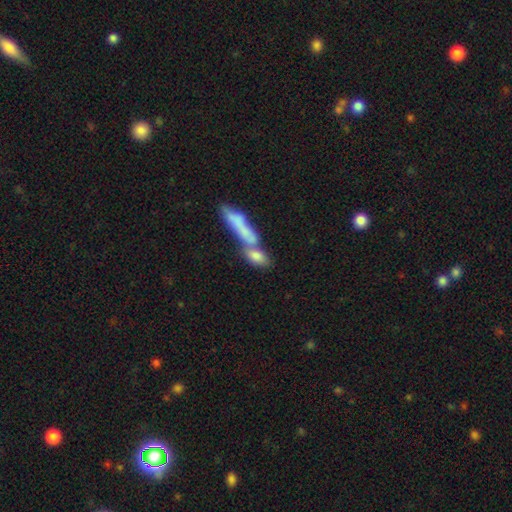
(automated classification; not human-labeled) The model was most divided on "merging": merger: 56%, none: 30%, minor disturbance: 9%, major disturbance: 5%. More confident: smooth or featured — smooth (73%); how rounded — in between (65%).